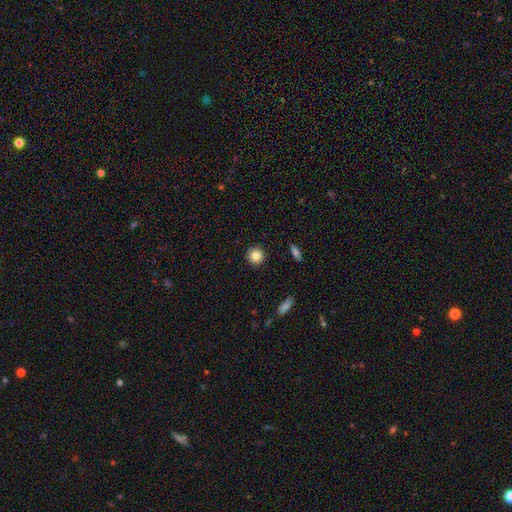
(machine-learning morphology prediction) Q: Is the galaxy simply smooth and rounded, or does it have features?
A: smooth — 85%.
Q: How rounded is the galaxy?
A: round — 93%.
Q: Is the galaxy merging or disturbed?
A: none — 92%.